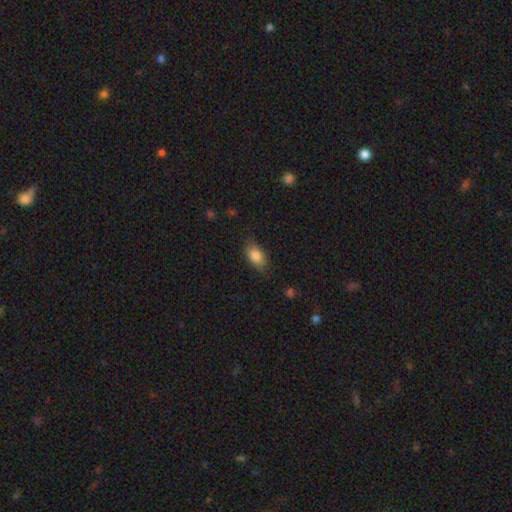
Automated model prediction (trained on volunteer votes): A smooth galaxy with no disk features (84%) that is in between round and cigar-shaped (87%). Merging: none (78%).